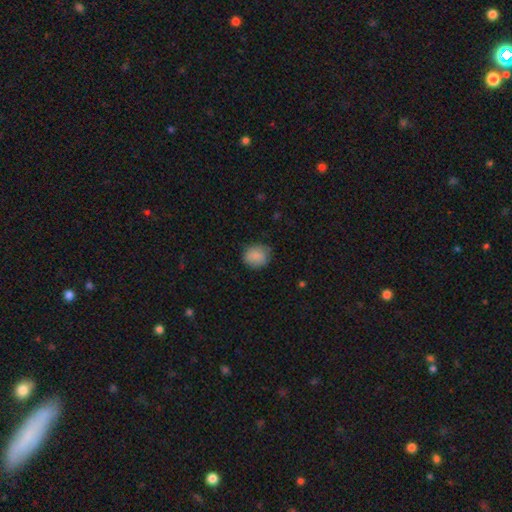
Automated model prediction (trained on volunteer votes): smooth 85%, star or artifact 8%, featured or disk 7%. Down the decision tree: how rounded — round (69%); merging — none (75%).